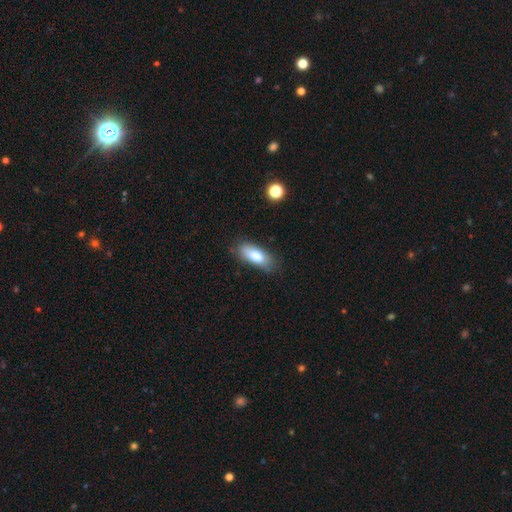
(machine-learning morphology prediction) type=smooth (79%); roundness=in between (76%); merging=none (75%).